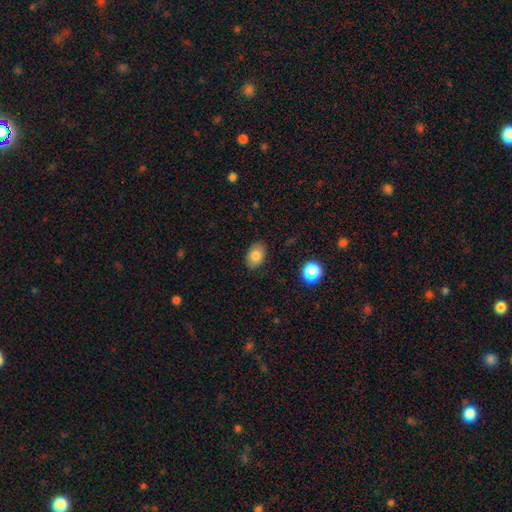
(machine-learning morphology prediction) Smooth or featured?
  - smooth: 82% *
  - featured or disk: 9%
  - star or artifact: 9%
How rounded?
  - in between: 82% *
  - round: 17%
  - cigar-shaped: 1%
Merging?
  - none: 86% *
  - minor disturbance: 10%
  - major disturbance: 2%
  - merger: 1%